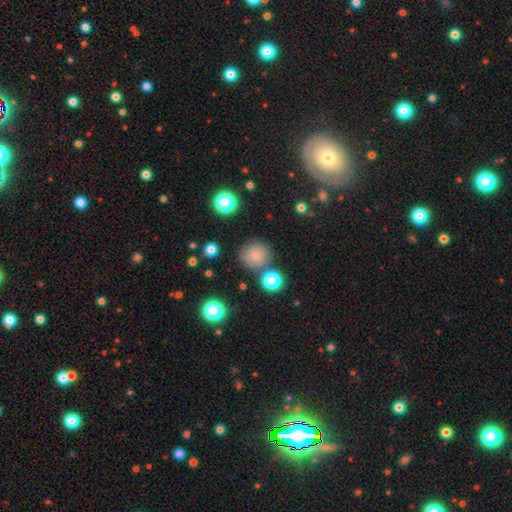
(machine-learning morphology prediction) Smooth or featured? smooth (73%)
How rounded? round (90%)
Merging? none (75%)